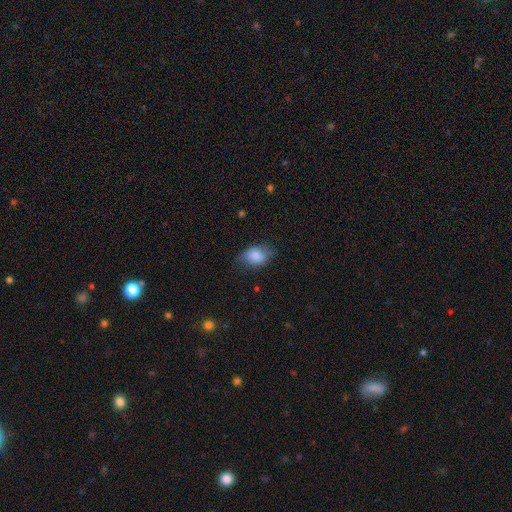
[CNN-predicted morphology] type=smooth (83%); roundness=in between (77%); merging=none (63%).